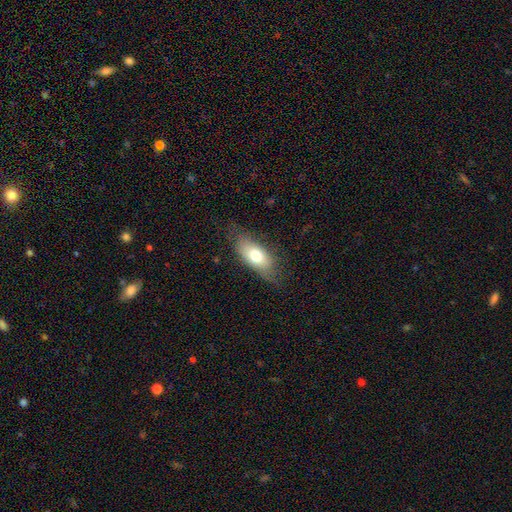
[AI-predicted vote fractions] A smooth galaxy with no disk features (71%) that is in between round and cigar-shaped (86%).

Vote fractions:
- Smooth or featured? smooth: 71% / featured or disk: 21% / star or artifact: 7%
- How rounded? in between: 86% / cigar-shaped: 10% / round: 4%
- Merging? none: 70% / minor disturbance: 21% / major disturbance: 7% / merger: 1%